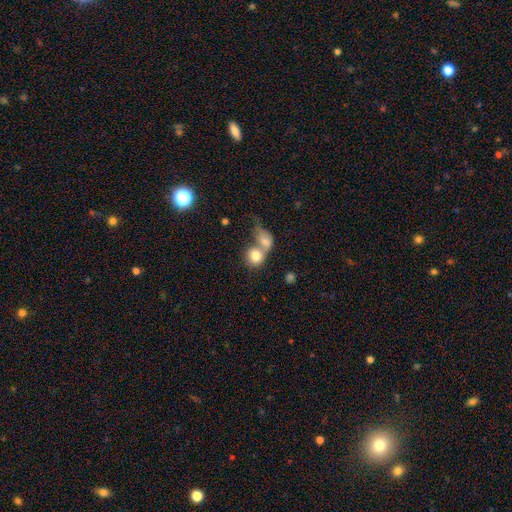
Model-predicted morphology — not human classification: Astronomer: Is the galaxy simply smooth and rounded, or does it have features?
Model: smooth — 78%.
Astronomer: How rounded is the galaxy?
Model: round — 73%.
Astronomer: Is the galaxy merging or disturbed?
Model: merger — 68%.